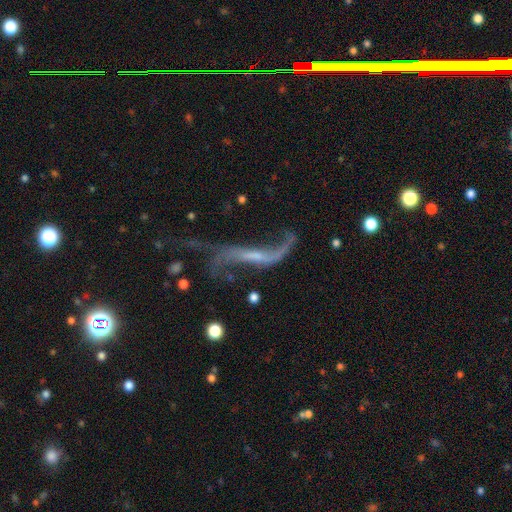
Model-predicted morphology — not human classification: A featured or disk galaxy (80%) with no bar (43%), 2 (82%) loose (94%) spiral arms (83%) and a small central bulge (50%). Merging: major disturbance (36%, tied with none).